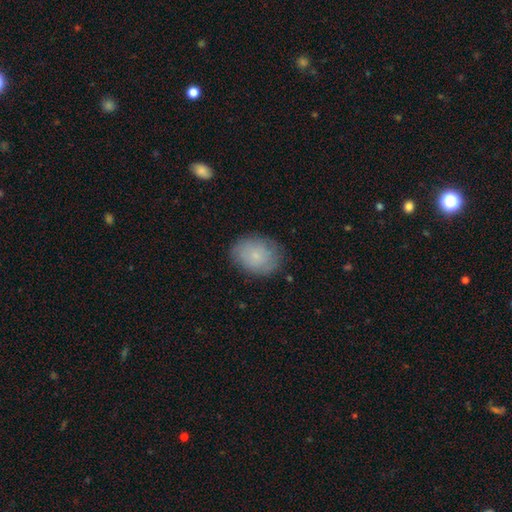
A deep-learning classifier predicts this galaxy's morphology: Smooth or featured: smooth — 72% (featured or disk — 20%)
How rounded: in between — 61% (round — 37%)
Merging: none — 80% (minor disturbance — 15%)